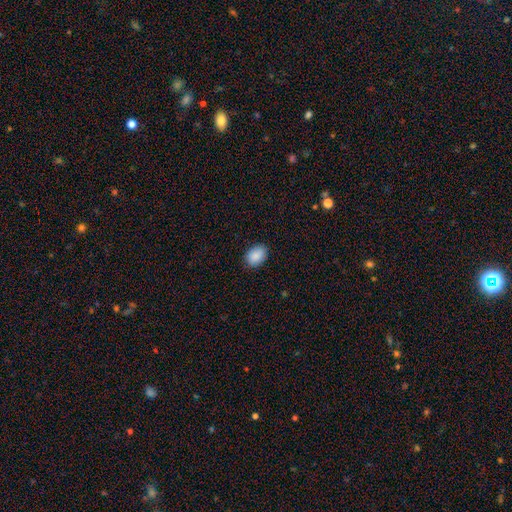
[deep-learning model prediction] This is clearly a smooth galaxy (89%). How rounded: clearly in between (80%). Merging: clearly none (87%).